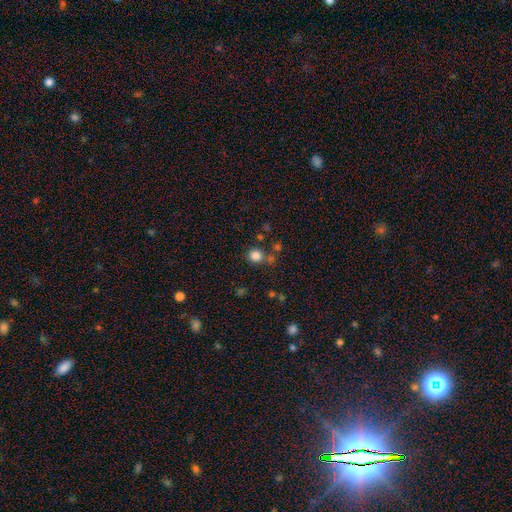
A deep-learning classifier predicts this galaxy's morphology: Overall: smooth (82%). How rounded: round (88%). Merging: none (73%).